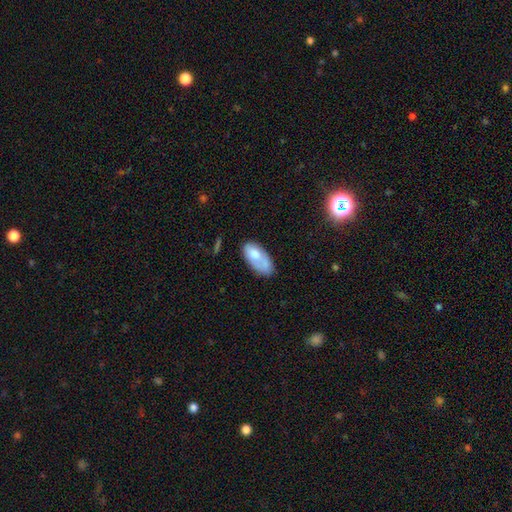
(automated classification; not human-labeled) Smooth or featured? Predicted: smooth (p=0.71). How rounded? Predicted: in between (p=0.92). Merging? Predicted: none (p=0.46).